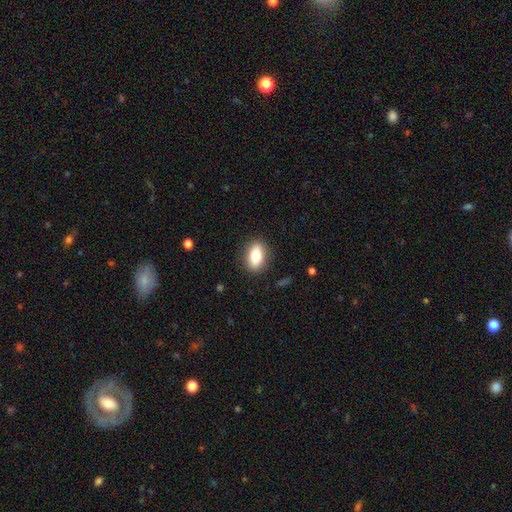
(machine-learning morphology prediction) The model was most divided on "smooth or featured": smooth: 78%, featured or disk: 14%, star or artifact: 8%. More confident: merging — none (88%); how rounded — in between (83%).